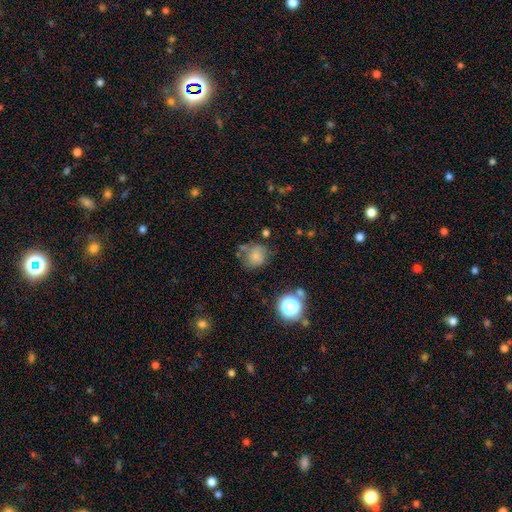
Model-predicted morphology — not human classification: Overall: smooth (73%). How rounded: round (75%). Merging: none (55%; minor disturbance 25%).